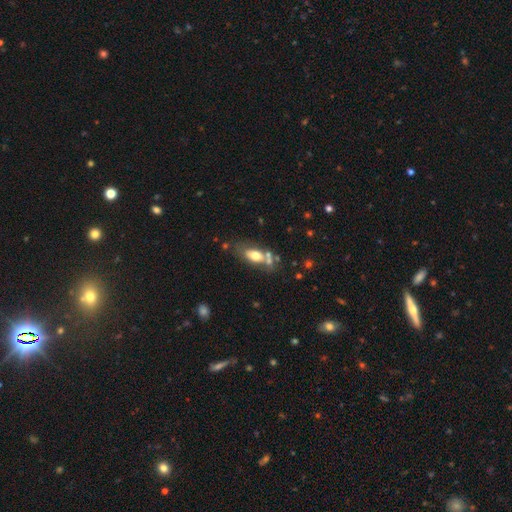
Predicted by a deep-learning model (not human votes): A smooth galaxy with no disk features (62%) that is in between round and cigar-shaped (82%). Merging: none (49%).